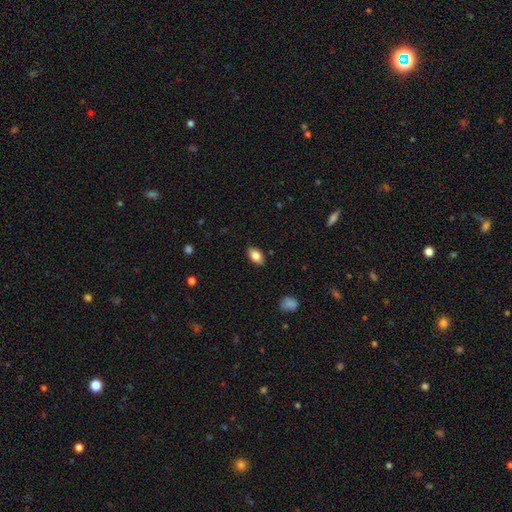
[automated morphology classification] This appears to be a smooth galaxy with no disk features (84%) that is in between round and cigar-shaped (92%). Merging: none (88%).